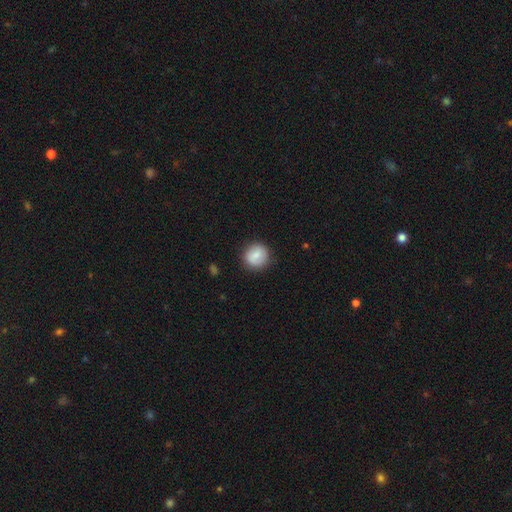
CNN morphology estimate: smooth 76%, featured or disk 16%, star or artifact 7%. Down the decision tree: how rounded — round (90%); merging — none (86%).